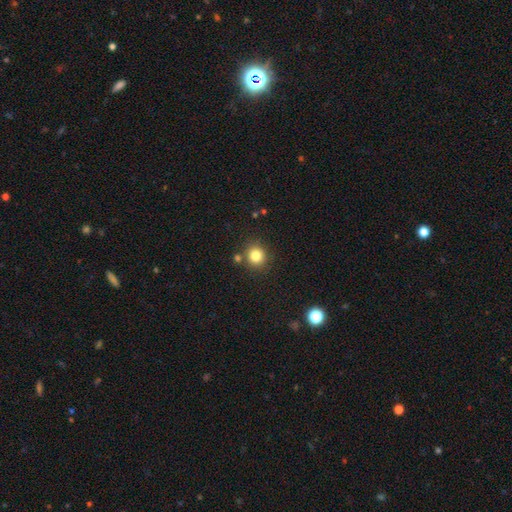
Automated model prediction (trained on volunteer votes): Q: Smooth or featured?
A: smooth (82%); runner-up: star or artifact (12%)
Q: How rounded?
A: round (87%); runner-up: in between (12%)
Q: Merging?
A: none (81%); runner-up: minor disturbance (9%)